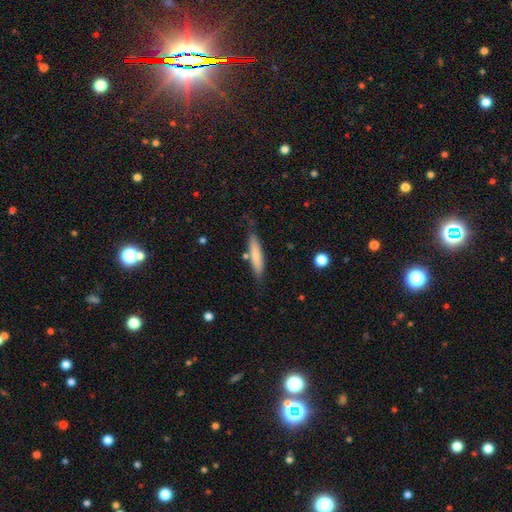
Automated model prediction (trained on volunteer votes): This appears to be a smooth galaxy with no disk features (73%) that is cigar-shaped (86%). Merging: none (75%).